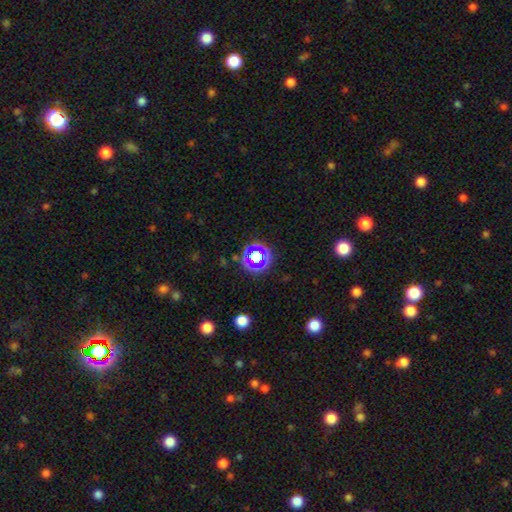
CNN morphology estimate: Smooth or featured? Predicted: star or artifact (p=0.54).